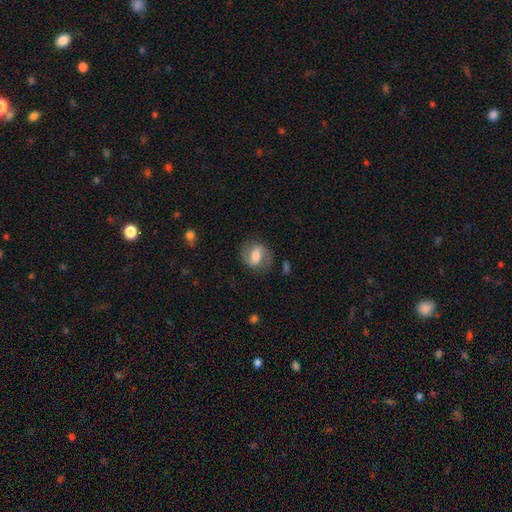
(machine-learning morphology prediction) Overall: featured or disk (60%; smooth 33%). Edge-on disk: no (96%). Bar: weak (43%; strong 38%). Spiral arms: yes (86%). Bulge size: moderate (50%; large 25%). Merging: none (76%).